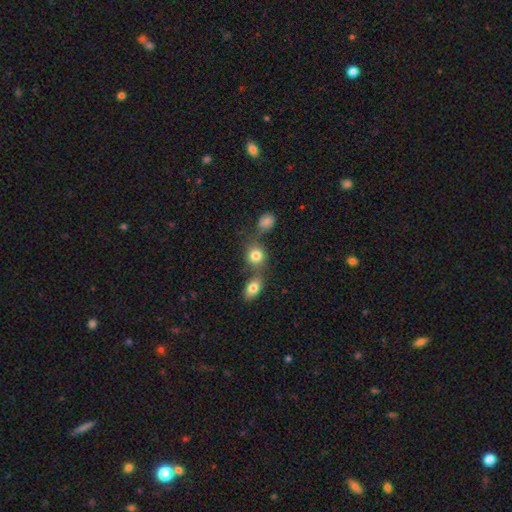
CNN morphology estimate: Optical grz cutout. It shows a smooth galaxy with no disk features (80%) that is round (75%). Merging: none (49%).